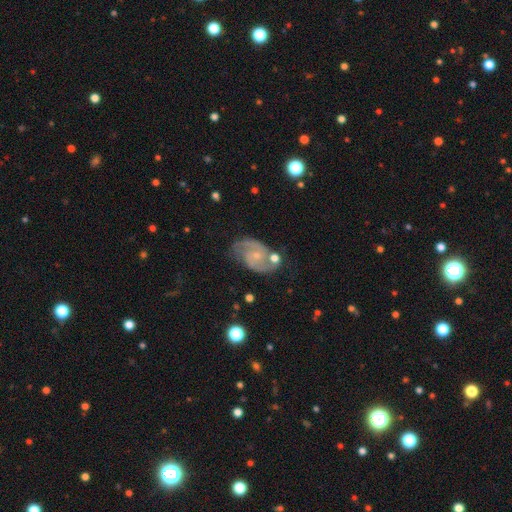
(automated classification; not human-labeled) A featured or disk galaxy (85%) with no bar (62%), 2 (87%) medium (54%) spiral arms (95%) and a small central bulge (71%).

Vote fractions:
- Smooth or featured? featured or disk: 85% / smooth: 9% / star or artifact: 6%
- Edge-on disk? no: 98% / yes: 2%
- Bar? no: 62% / weak: 32% / strong: 5%
- Spiral arms? yes: 95% / no: 5%
- Spiral winding? medium: 54% / tight: 28% / loose: 18%
- Spiral arm count? 2: 87% / can't tell: 6% / 3: 3% / 1: 2% / 4: 1% / more than 4: 1%
- Bulge size? small: 71% / moderate: 22% / none: 5% / large: 1% / dominant: 1%
- Merging? none: 65% / minor disturbance: 19% / merger: 8% / major disturbance: 8%